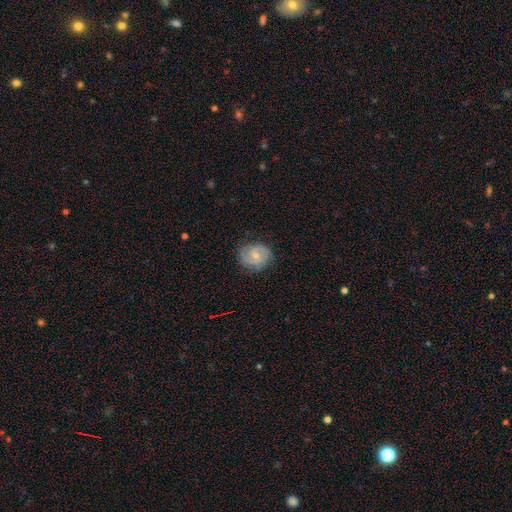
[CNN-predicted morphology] type=featured or disk (58%); edge-on=no (98%); bar=weak (48%); spiral arms=yes (87%); bulge=small (59%); merging=none (77%).